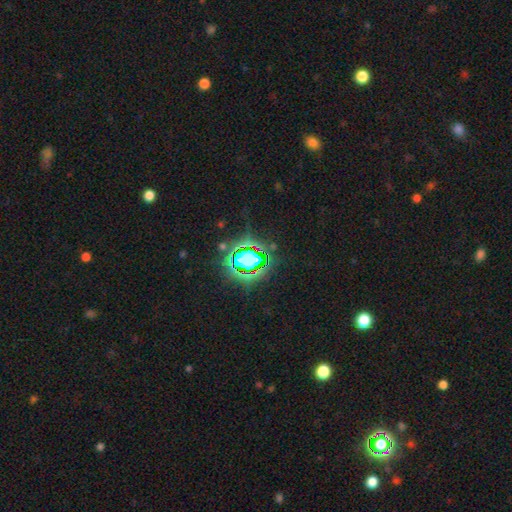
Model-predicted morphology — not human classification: A star or artifact, not a galaxy (79%).

Vote fractions:
- Smooth or featured? star or artifact: 79% / smooth: 14% / featured or disk: 7%